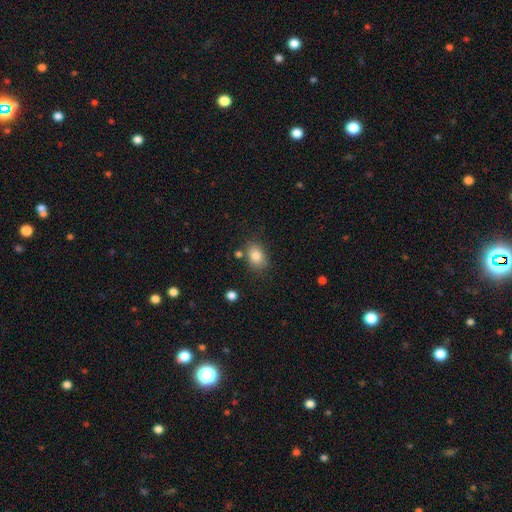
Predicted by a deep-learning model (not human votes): Smooth or featured?
  - smooth: 83% *
  - star or artifact: 9%
  - featured or disk: 8%
How rounded?
  - in between: 73% *
  - round: 26%
  - cigar-shaped: 1%
Merging?
  - none: 76% *
  - minor disturbance: 14%
  - merger: 5%
  - major disturbance: 4%